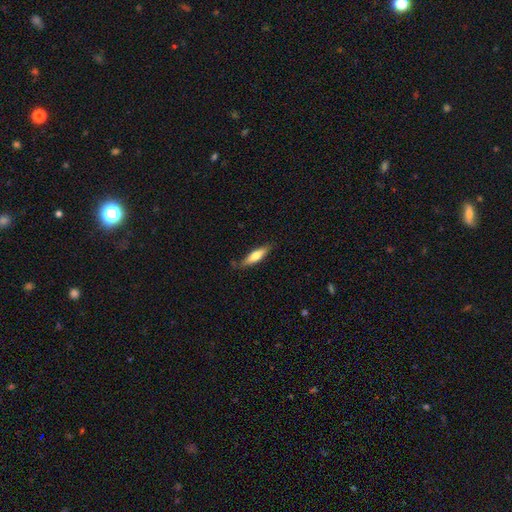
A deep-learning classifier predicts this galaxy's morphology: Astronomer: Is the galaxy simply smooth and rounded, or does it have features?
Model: smooth — 59% (runner-up: featured or disk, 35%).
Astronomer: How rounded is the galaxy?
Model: cigar-shaped — 67%.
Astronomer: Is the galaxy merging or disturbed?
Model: none — 78%.